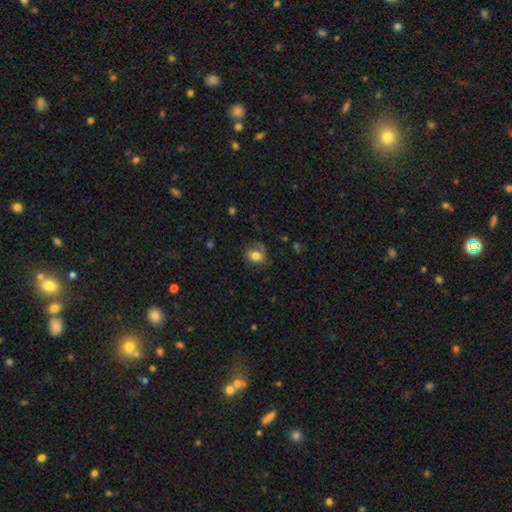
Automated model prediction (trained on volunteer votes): Overall: smooth (75%). How rounded: in between (64%; round 34%). Merging: none (58%; minor disturbance 27%).